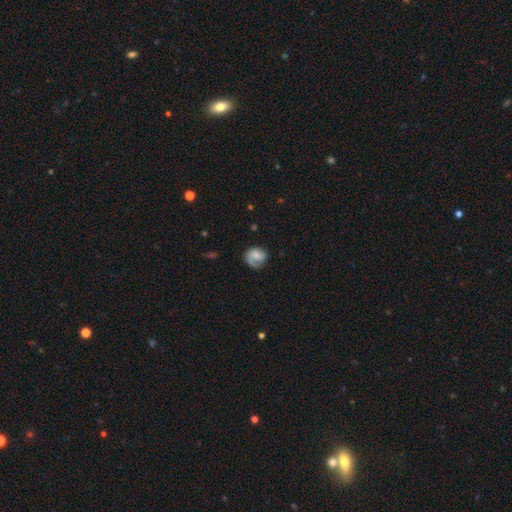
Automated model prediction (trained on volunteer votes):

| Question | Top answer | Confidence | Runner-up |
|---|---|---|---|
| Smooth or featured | smooth | 47% | featured or disk (45%) |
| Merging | none | 57% | minor disturbance (25%) |